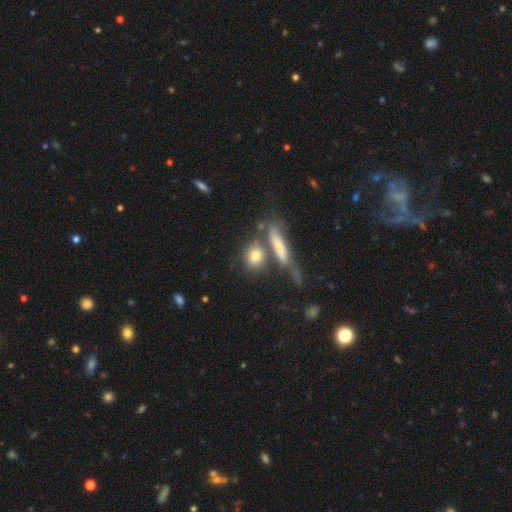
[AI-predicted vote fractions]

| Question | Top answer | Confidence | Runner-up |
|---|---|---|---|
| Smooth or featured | smooth | 74% | featured or disk (17%) |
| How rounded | round | 50% | in between (32%) |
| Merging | none | 49% | merger (29%) |